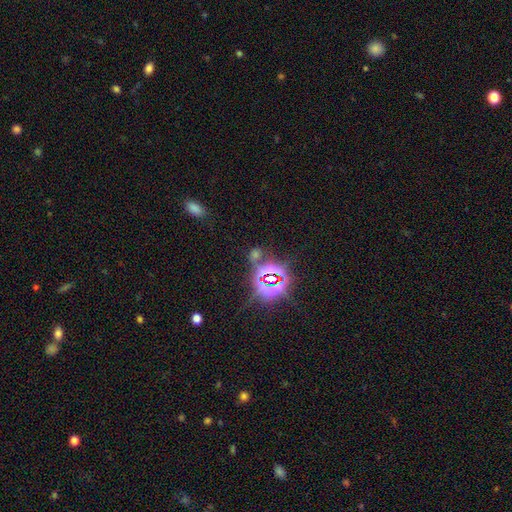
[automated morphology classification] A star or artifact, not a galaxy (78%).

Vote fractions:
- Smooth or featured? star or artifact: 78% / smooth: 15% / featured or disk: 8%